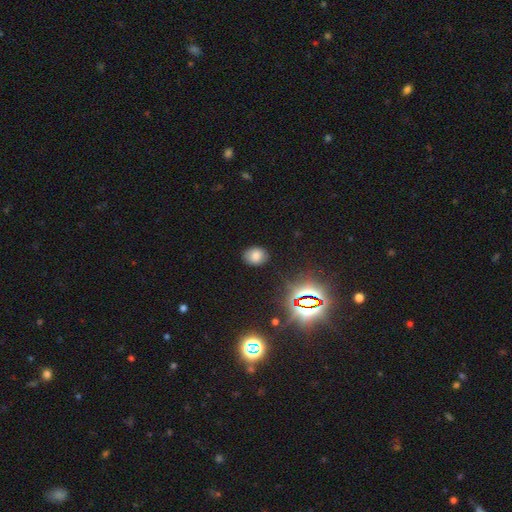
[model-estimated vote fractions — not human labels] Overall: smooth (74%). How rounded: in between (54%; round 45%). Merging: none (85%).